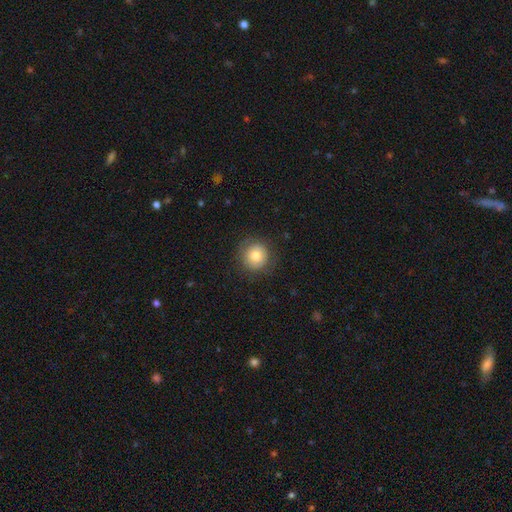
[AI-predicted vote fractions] Morphology: type=smooth (75%); roundness=round (93%); merging=none (83%).